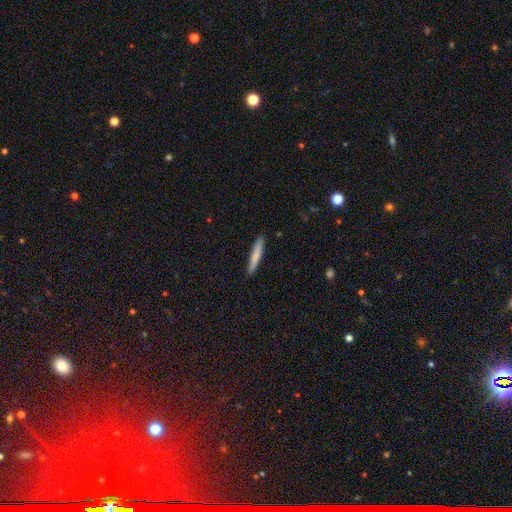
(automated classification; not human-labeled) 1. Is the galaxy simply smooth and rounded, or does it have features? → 79% smooth, 15% featured or disk, 5% star or artifact.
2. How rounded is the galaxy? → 94% cigar-shaped, 5% in between, 1% round.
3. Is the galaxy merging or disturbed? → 91% none, 7% minor disturbance, 1% major disturbance, 1% merger.